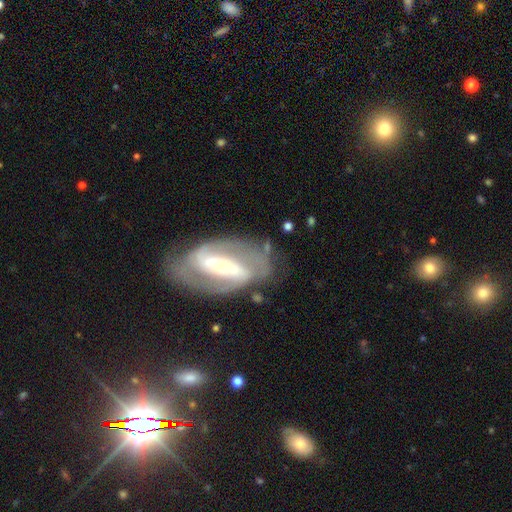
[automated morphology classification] featured or disk 87%, smooth 8%, star or artifact 5%. Down the decision tree: edge-on disk — no (95%); bar — strong (70%); spiral arms — yes (91%); spiral arm count — 2 (88%); spiral winding — medium (45%); bulge size — small (52%); merging — none (74%).